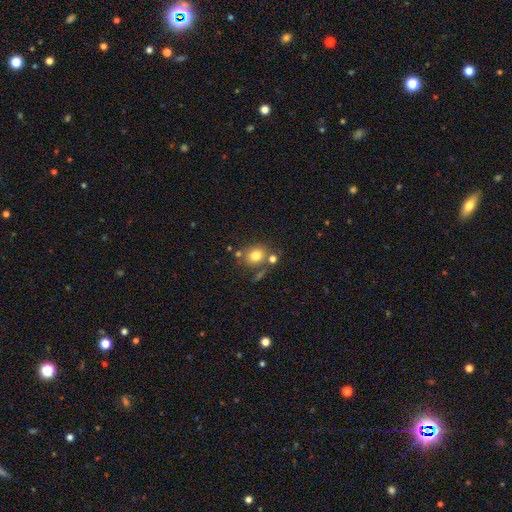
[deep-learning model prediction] Overall: smooth (76%). How rounded: round (63%; in between 36%). Merging: none (61%).